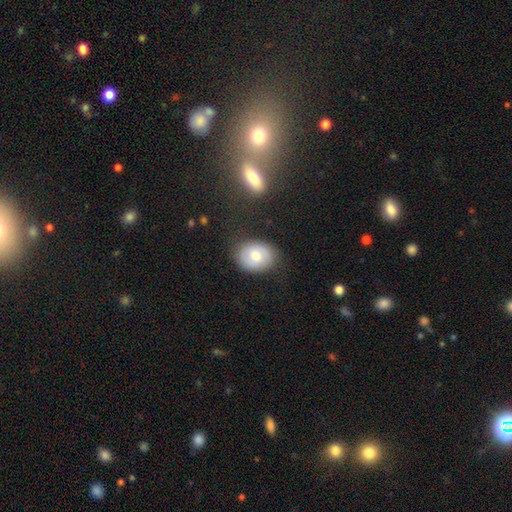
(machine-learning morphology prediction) A smooth galaxy with no disk features (73%) that is in between round and cigar-shaped (54%). Merging: none (83%).